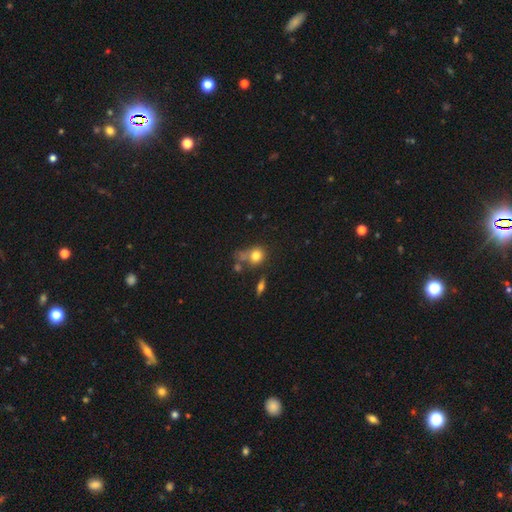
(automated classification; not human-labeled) A smooth galaxy with no disk features (77%) that is round (67%). Merging: none (46%).